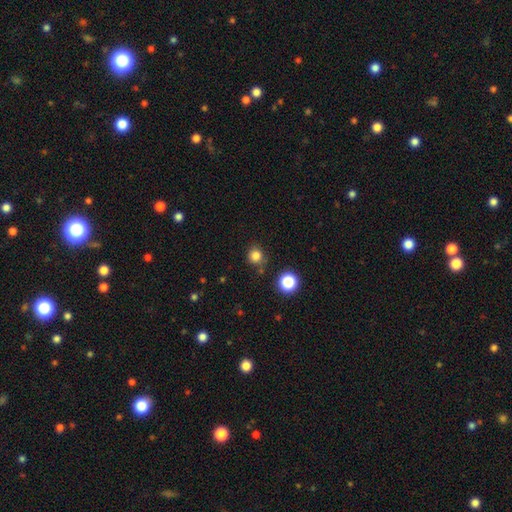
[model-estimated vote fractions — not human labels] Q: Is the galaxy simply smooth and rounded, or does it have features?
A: smooth — 81%.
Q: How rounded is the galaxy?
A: round — 89%.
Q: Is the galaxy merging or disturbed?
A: none — 80%.